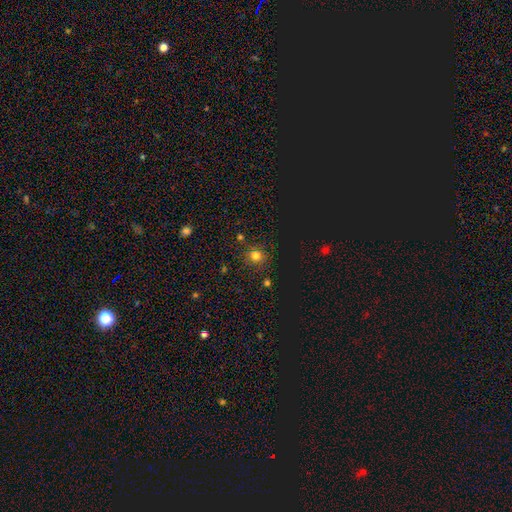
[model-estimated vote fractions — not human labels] Overall: smooth (72%). How rounded: round (88%). Merging: none (84%).